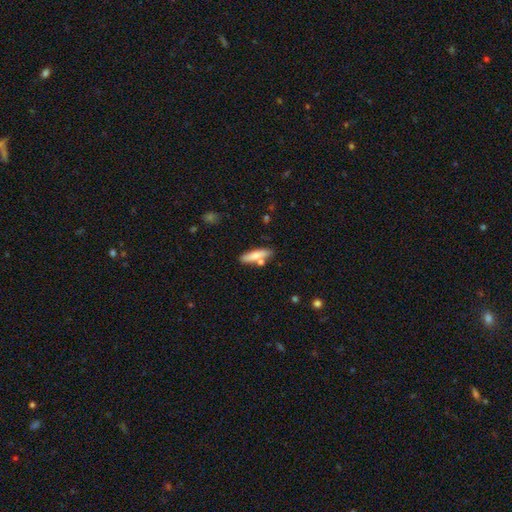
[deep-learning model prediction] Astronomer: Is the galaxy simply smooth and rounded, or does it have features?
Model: smooth — 72%.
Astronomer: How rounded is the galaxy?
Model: cigar-shaped — 69%.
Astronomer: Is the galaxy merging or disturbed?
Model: none — 72%.